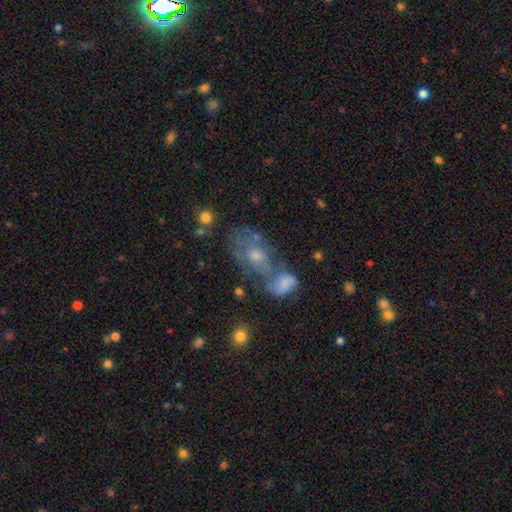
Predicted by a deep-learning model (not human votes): smooth_or_featured: featured or disk (p=0.48) [alt: smooth p=0.36]
merging: merger (p=0.47) [alt: none p=0.28]